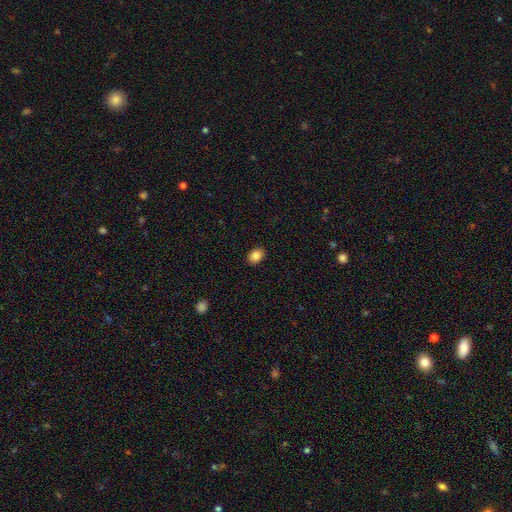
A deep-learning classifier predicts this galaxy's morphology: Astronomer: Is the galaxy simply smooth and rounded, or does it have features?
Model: smooth — 86%.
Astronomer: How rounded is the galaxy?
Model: in between — 65%.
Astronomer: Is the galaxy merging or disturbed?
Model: none — 89%.